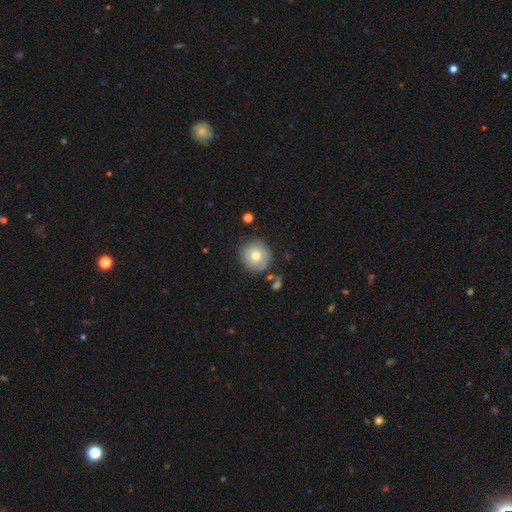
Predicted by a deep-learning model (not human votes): Smooth or featured: smooth — 67% (featured or disk — 24%)
How rounded: round — 92% (in between — 7%)
Merging: none — 78% (minor disturbance — 15%)